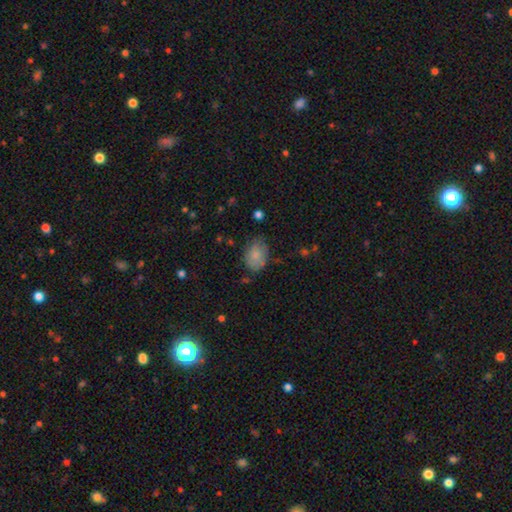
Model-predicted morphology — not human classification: Overall: smooth (81%). How rounded: in between (79%). Merging: none (67%).